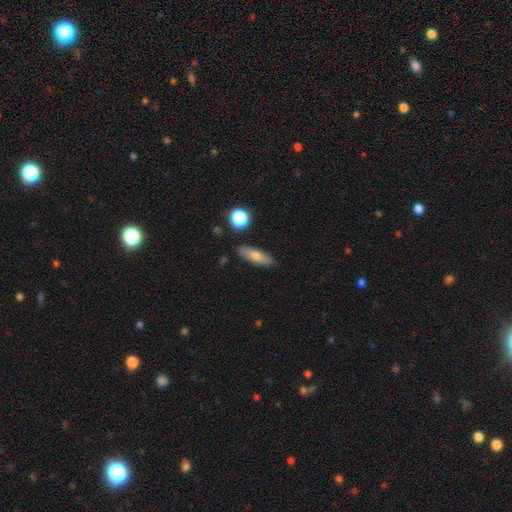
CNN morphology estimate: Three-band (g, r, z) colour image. It shows a smooth galaxy with no disk features (70%) that is cigar-shaped (53%). Merging: none (86%).